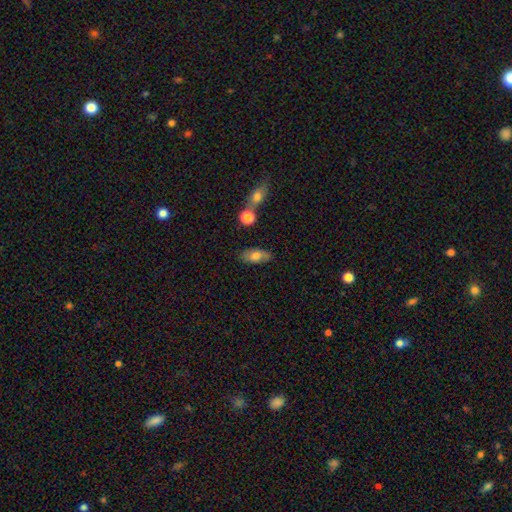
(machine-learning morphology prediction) A smooth galaxy with no disk features (73%) that is in between round and cigar-shaped (90%).

Vote fractions:
- Smooth or featured? smooth: 73% / featured or disk: 20% / star or artifact: 7%
- How rounded? in between: 90% / cigar-shaped: 6% / round: 4%
- Merging? none: 76% / minor disturbance: 14% / merger: 6% / major disturbance: 3%